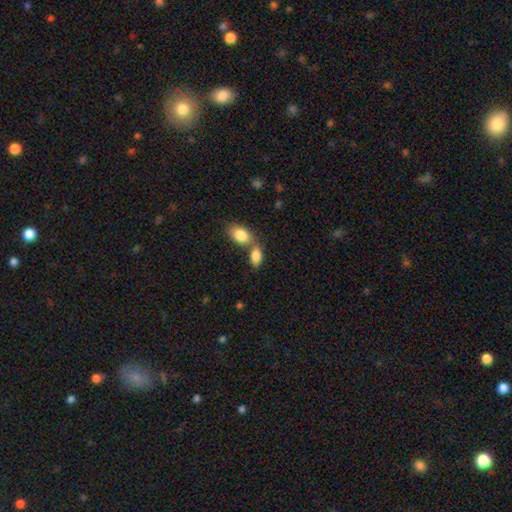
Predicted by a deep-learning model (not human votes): This appears to be a smooth galaxy with no disk features (85%) that is in between round and cigar-shaped (90%). Merging: merger (51%).